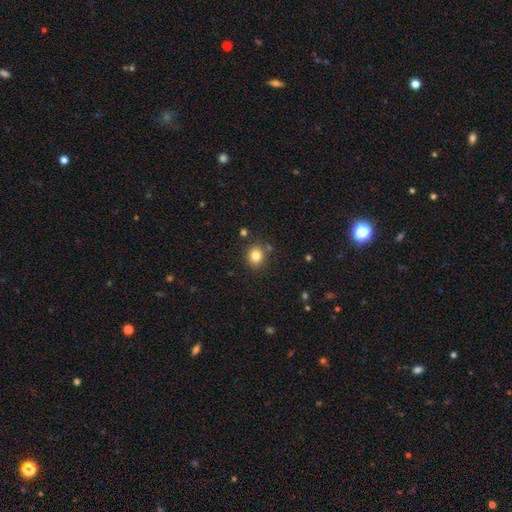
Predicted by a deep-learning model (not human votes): Smooth or featured?
  - smooth: 82% *
  - star or artifact: 11%
  - featured or disk: 7%
How rounded?
  - round: 73% *
  - in between: 26%
  - cigar-shaped: 1%
Merging?
  - none: 84% *
  - minor disturbance: 9%
  - merger: 4%
  - major disturbance: 3%